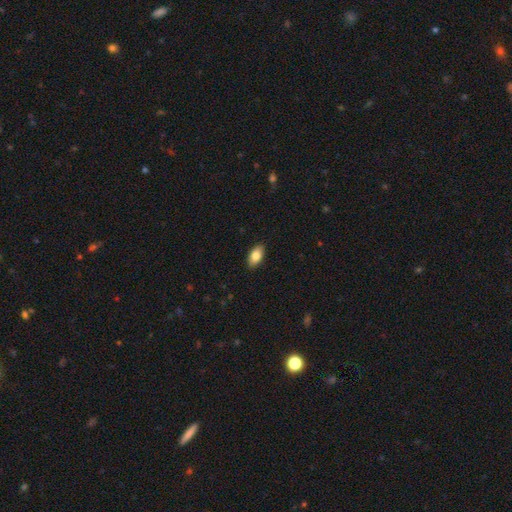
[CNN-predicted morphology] A smooth galaxy with no disk features (83%) that is in between round and cigar-shaped (93%). Merging: none (90%).